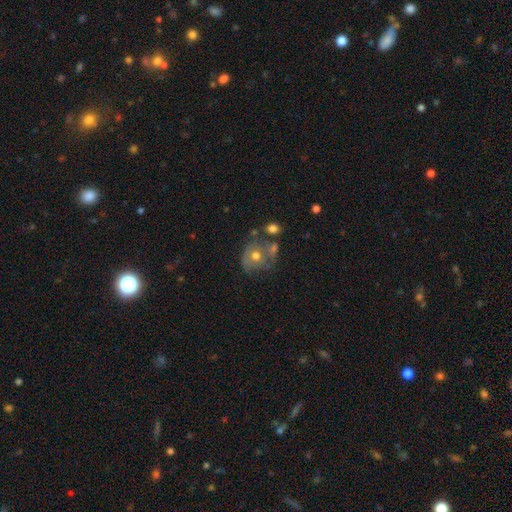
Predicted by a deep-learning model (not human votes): Morphology: type=featured or disk (45%); merging=none (49%).